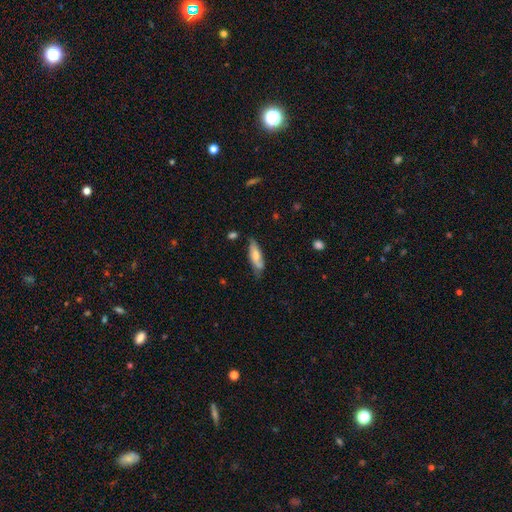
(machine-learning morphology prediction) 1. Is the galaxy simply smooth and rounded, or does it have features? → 55% smooth, 39% featured or disk, 6% star or artifact.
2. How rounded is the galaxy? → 60% in between, 38% cigar-shaped, 2% round.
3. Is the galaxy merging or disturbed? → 64% none, 27% minor disturbance, 5% major disturbance, 3% merger.